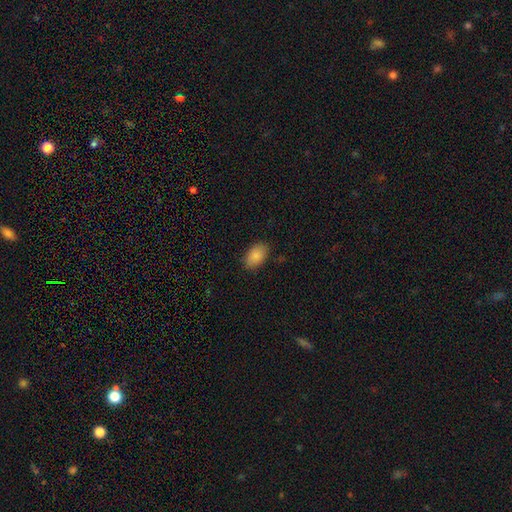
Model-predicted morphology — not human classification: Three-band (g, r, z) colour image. It shows a smooth galaxy with no disk features (88%) that is in between round and cigar-shaped (91%). Merging: none (85%).